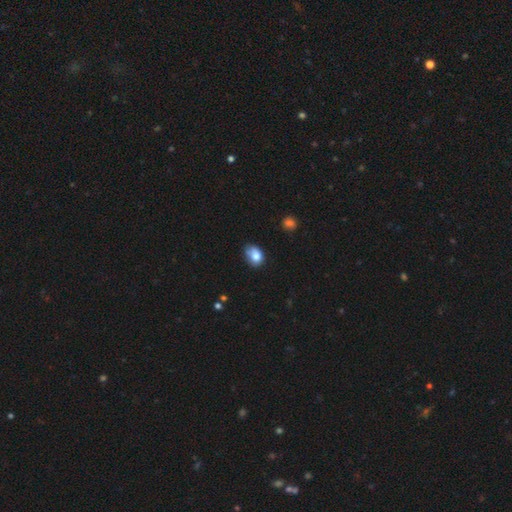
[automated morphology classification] smooth_or_featured: smooth (p=0.78) [alt: featured or disk p=0.12]
how_rounded: in between (p=0.65) [alt: round p=0.34]
merging: none (p=0.45) [alt: minor disturbance p=0.36]